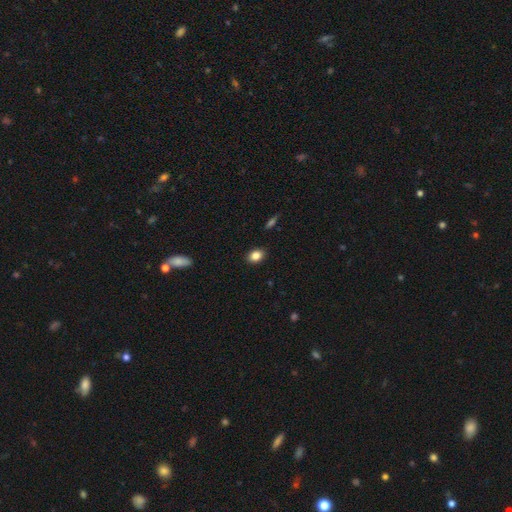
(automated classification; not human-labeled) Smooth or featured?
  - smooth: 85% *
  - star or artifact: 9%
  - featured or disk: 6%
How rounded?
  - in between: 70% *
  - round: 29%
  - cigar-shaped: 1%
Merging?
  - none: 89% *
  - minor disturbance: 8%
  - major disturbance: 2%
  - merger: 1%